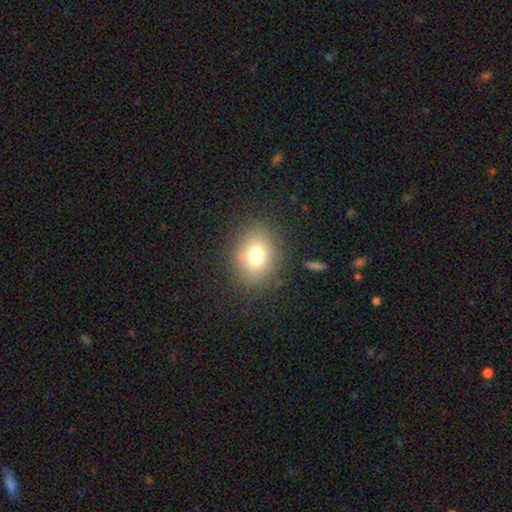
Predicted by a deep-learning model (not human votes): Q: Smooth or featured?
A: smooth (75%); runner-up: star or artifact (13%)
Q: How rounded?
A: round (54%); runner-up: in between (45%)
Q: Merging?
A: none (84%); runner-up: minor disturbance (10%)